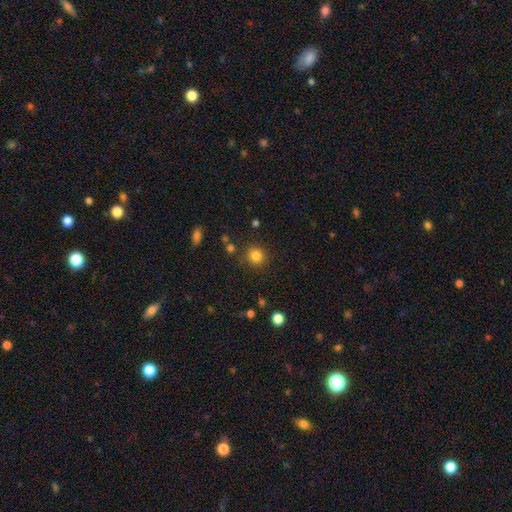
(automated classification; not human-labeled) Smooth or featured? Predicted: smooth (p=0.83). How rounded? Predicted: round (p=0.90). Merging? Predicted: none (p=0.87).